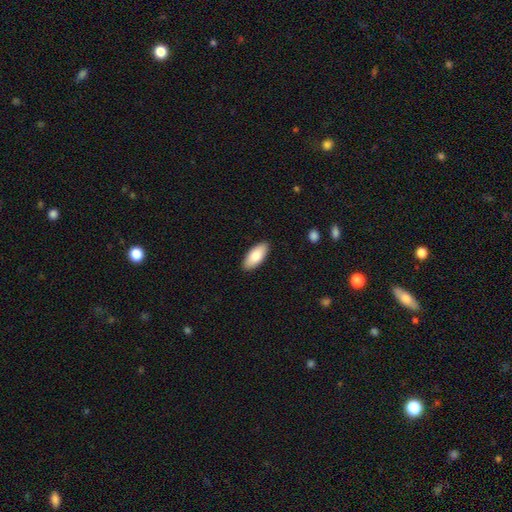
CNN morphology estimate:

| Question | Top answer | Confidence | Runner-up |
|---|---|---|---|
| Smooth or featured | smooth | 85% | featured or disk (10%) |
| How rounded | in between | 89% | cigar-shaped (9%) |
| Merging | none | 90% | minor disturbance (8%) |